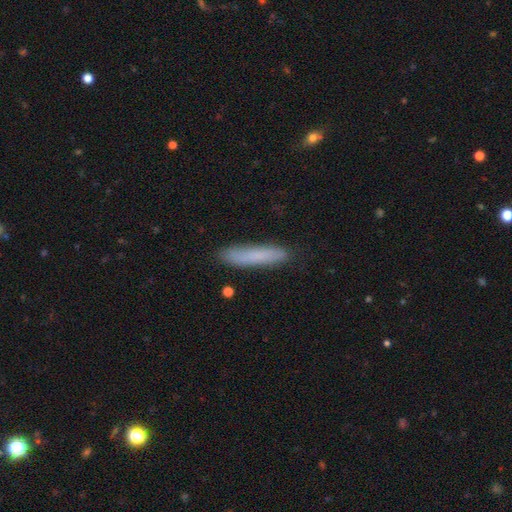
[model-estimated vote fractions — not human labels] smooth-or-featured: smooth: 76% | featured or disk: 16% | star or artifact: 8%
  how-rounded: cigar-shaped: 90% | in between: 9% | round: 1%
  merging: none: 85% | minor disturbance: 11% | major disturbance: 2% | merger: 1%